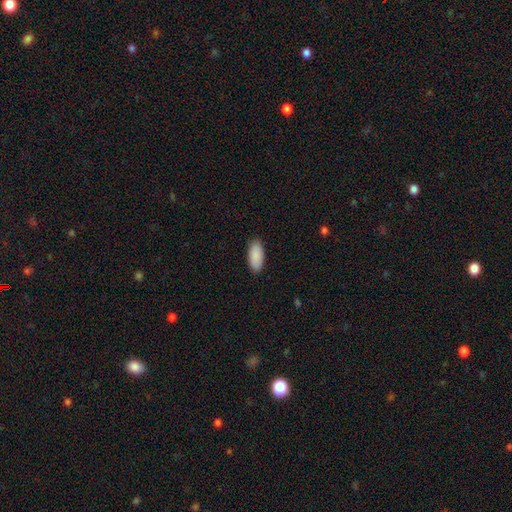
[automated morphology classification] The model was most divided on "merging": none: 90%, minor disturbance: 8%, major disturbance: 2%, merger: 1%. More confident: smooth or featured — smooth (91%); how rounded — in between (90%).